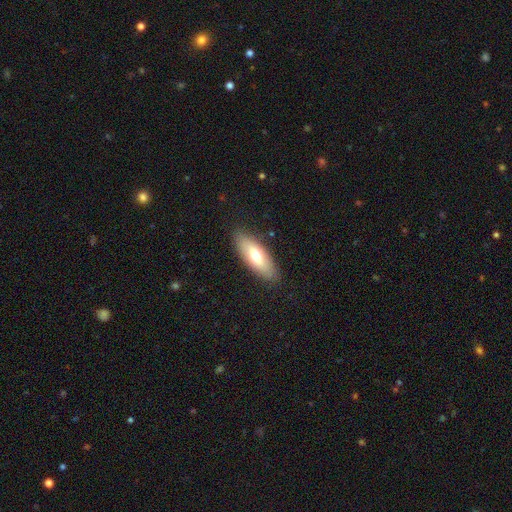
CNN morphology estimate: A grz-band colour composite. It shows a smooth galaxy with no disk features (66%) that is in between round and cigar-shaped (71%). Merging: none (86%).